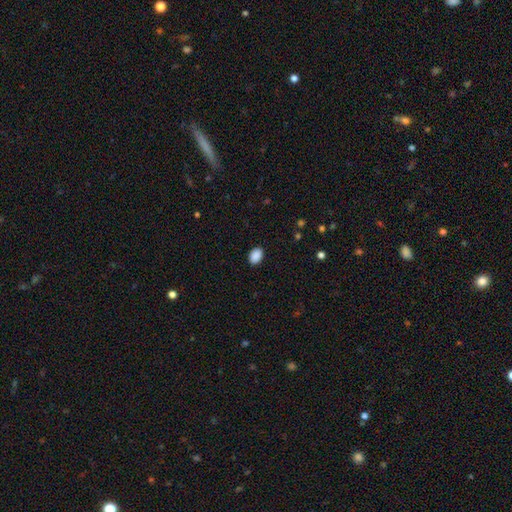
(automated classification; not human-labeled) Smooth or featured?
  - smooth: 90% *
  - star or artifact: 8%
  - featured or disk: 2%
How rounded?
  - in between: 81% *
  - round: 18%
  - cigar-shaped: 1%
Merging?
  - none: 89% *
  - minor disturbance: 8%
  - major disturbance: 2%
  - merger: 1%